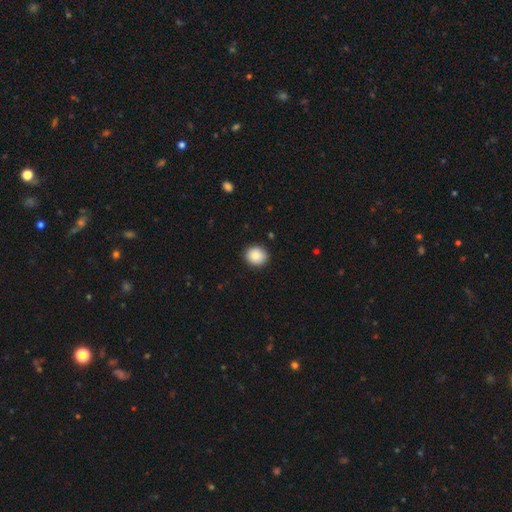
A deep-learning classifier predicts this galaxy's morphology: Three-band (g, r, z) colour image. It shows a smooth galaxy with no disk features (88%) that is round (84%). Merging: none (89%).